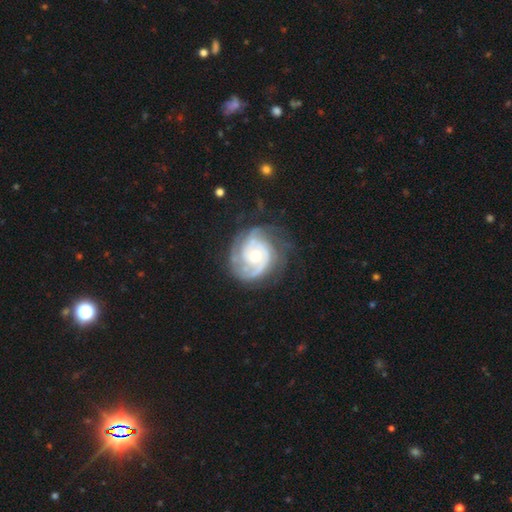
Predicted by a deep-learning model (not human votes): Smooth or featured: featured or disk — 89% (smooth — 7%)
Edge-on disk: no — 98% (yes — 2%)
Bar: no — 75% (weak — 20%)
Spiral arms: yes — 97% (no — 3%)
Spiral winding: tight — 64% (medium — 28%)
Spiral arm count: 2 — 33% (3 — 24%)
Bulge size: moderate — 54% (small — 40%)
Merging: none — 65% (minor disturbance — 20%)